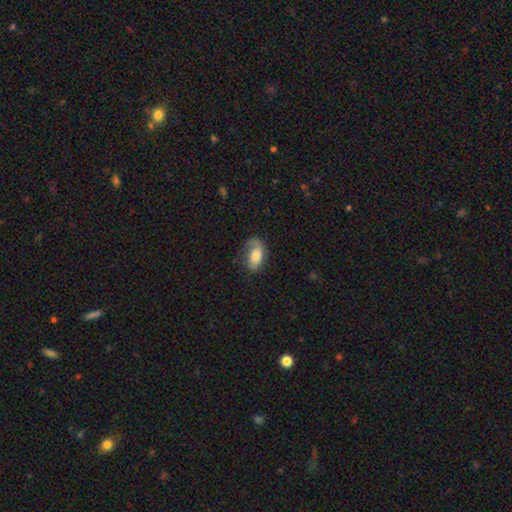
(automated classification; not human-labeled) smooth-or-featured: smooth: 51% | featured or disk: 42% | star or artifact: 7%
  how-rounded: in between: 90% | round: 7% | cigar-shaped: 3%
  merging: none: 53% | minor disturbance: 26% | major disturbance: 19% | merger: 2%